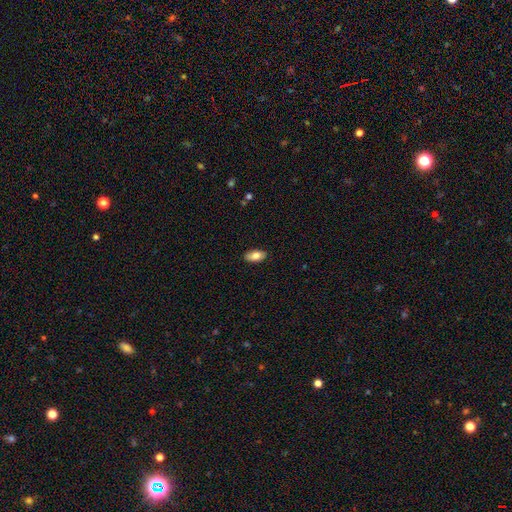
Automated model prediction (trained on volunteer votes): smooth_or_featured: smooth (p=0.80) [alt: featured or disk p=0.13]
how_rounded: in between (p=0.92) [alt: cigar-shaped p=0.05]
merging: none (p=0.87) [alt: minor disturbance p=0.10]